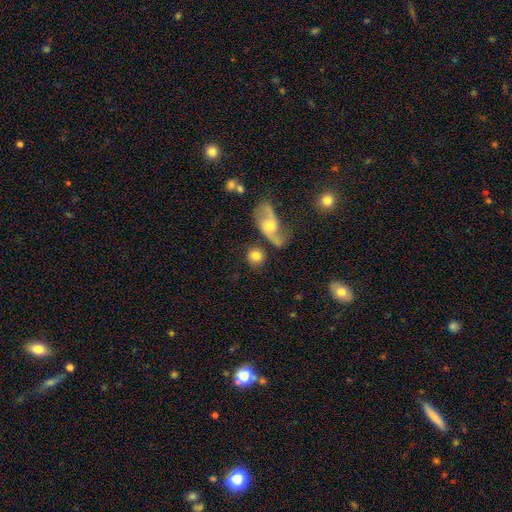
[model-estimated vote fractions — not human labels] Q: Smooth or featured?
A: smooth (75%); runner-up: featured or disk (17%)
Q: How rounded?
A: round (84%); runner-up: in between (14%)
Q: Merging?
A: none (70%); runner-up: merger (13%)